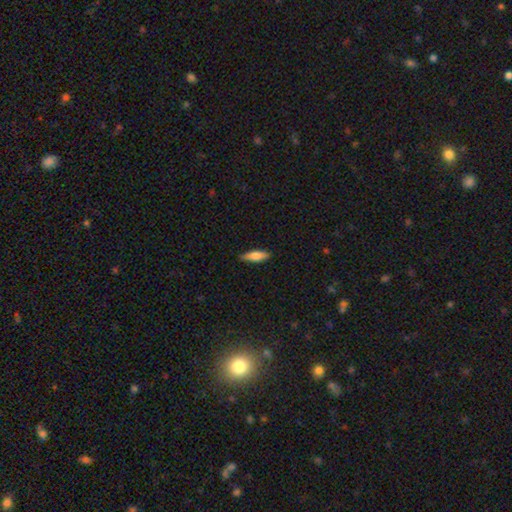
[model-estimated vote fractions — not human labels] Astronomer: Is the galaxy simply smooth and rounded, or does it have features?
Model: smooth — 73%.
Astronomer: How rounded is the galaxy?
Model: cigar-shaped — 55% (runner-up: in between, 43%).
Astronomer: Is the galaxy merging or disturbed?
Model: none — 85%.